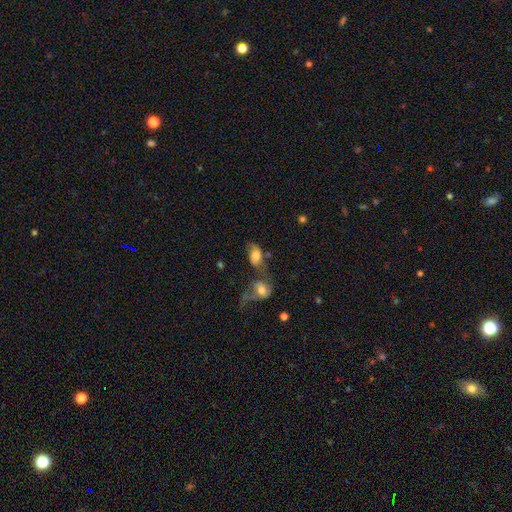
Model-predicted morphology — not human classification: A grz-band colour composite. It shows a smooth galaxy with no disk features (61%) that is in between round and cigar-shaped (85%). Merging: merger (41%).